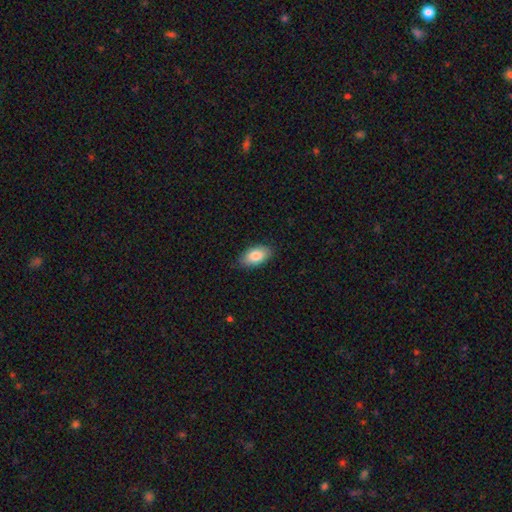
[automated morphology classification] This appears to be a smooth galaxy with no disk features (84%) that is in between round and cigar-shaped (93%). Merging: none (82%).